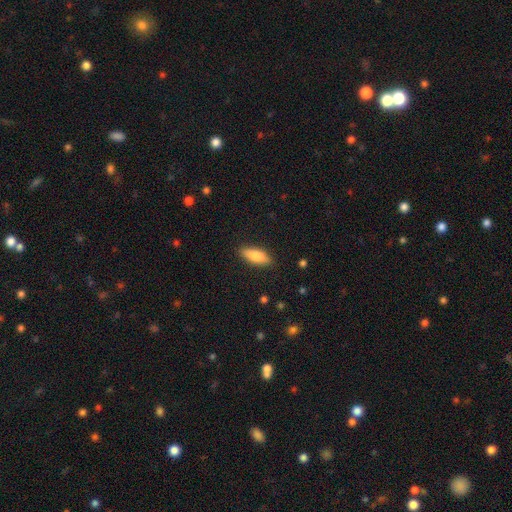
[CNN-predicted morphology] Smooth or featured? Predicted: smooth (p=0.83). How rounded? Predicted: in between (p=0.73). Merging? Predicted: none (p=0.87).